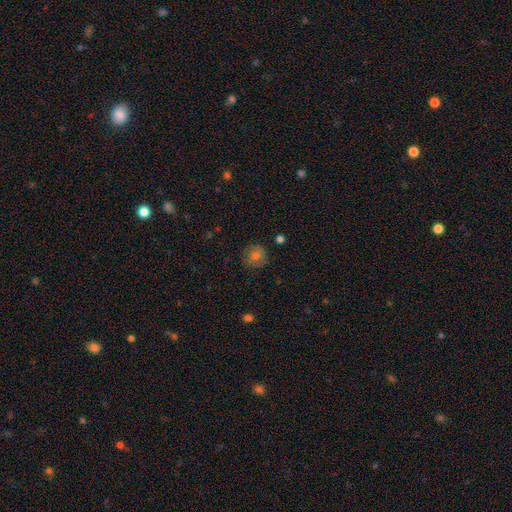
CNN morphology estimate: Smooth or featured: smooth — 56% (featured or disk — 32%)
How rounded: round — 90% (in between — 9%)
Merging: none — 84% (minor disturbance — 12%)